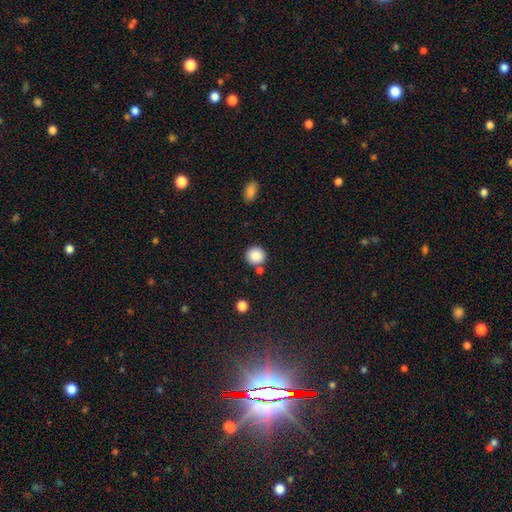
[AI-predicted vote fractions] This is clearly a smooth galaxy (87%). How rounded: clearly round (91%). Merging: likely none (79%).